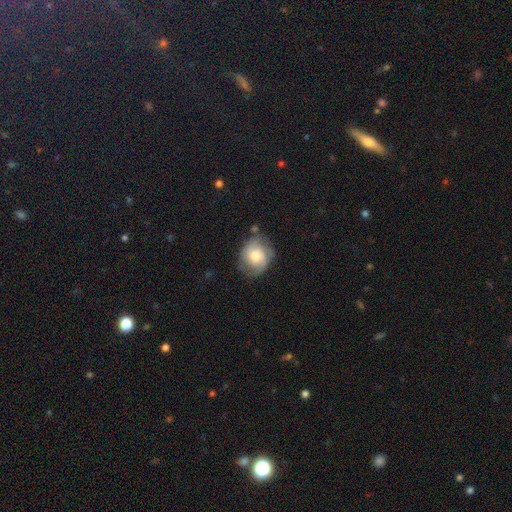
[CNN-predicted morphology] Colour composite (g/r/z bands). It shows a featured or disk galaxy (56%) with no bar (72%), spiral arms (84%) and a moderate central bulge (52%). Merging: none (64%).